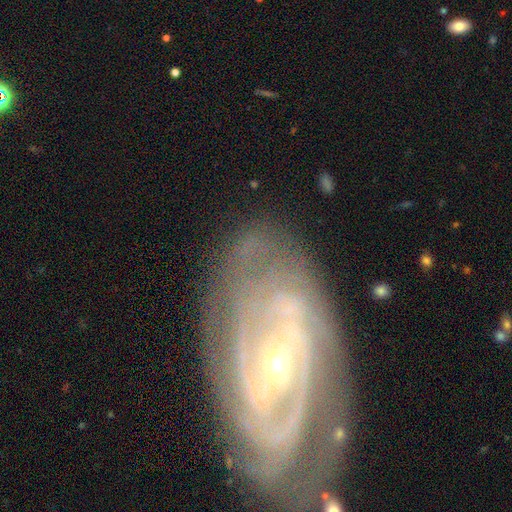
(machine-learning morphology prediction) Smooth or featured? Predicted: featured or disk (p=0.89). Edge-on disk? Predicted: no (p=0.95). Bar? Predicted: no (p=0.44). Spiral arms? Predicted: yes (p=0.97). Spiral winding? Predicted: tight (p=0.69). Spiral arm count? Predicted: 2 (p=0.30). Bulge size? Predicted: small (p=0.75). Merging? Predicted: none (p=0.73).